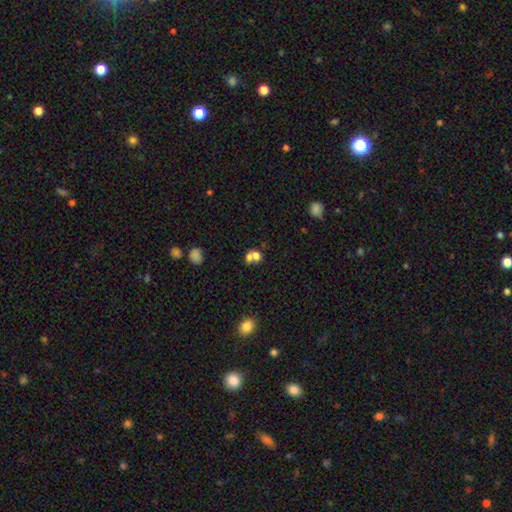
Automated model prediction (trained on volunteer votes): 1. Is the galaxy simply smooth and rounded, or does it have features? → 70% smooth, 17% featured or disk, 13% star or artifact.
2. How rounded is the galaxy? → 63% round, 35% in between, 1% cigar-shaped.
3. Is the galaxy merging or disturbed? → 62% merger, 27% none, 7% minor disturbance, 4% major disturbance.